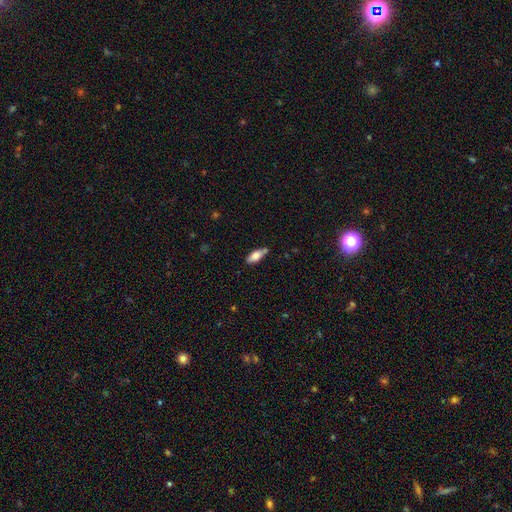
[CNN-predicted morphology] Smooth or featured?
  - smooth: 75% *
  - featured or disk: 18%
  - star or artifact: 7%
How rounded?
  - in between: 79% *
  - cigar-shaped: 19%
  - round: 2%
Merging?
  - none: 72% *
  - minor disturbance: 19%
  - merger: 6%
  - major disturbance: 3%